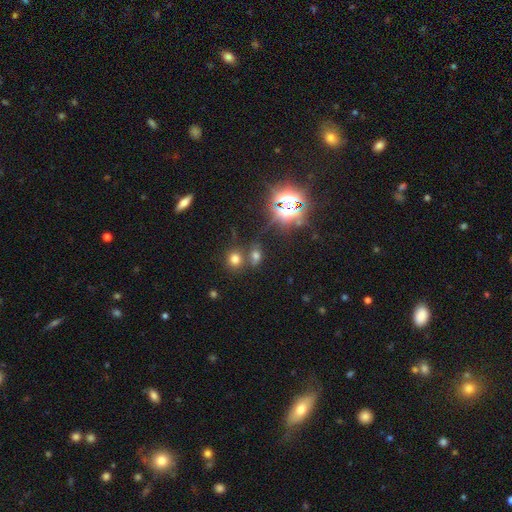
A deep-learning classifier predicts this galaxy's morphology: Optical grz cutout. It shows a smooth galaxy with no disk features (55%) that is in between round and cigar-shaped (52%). Merging: none (62%).